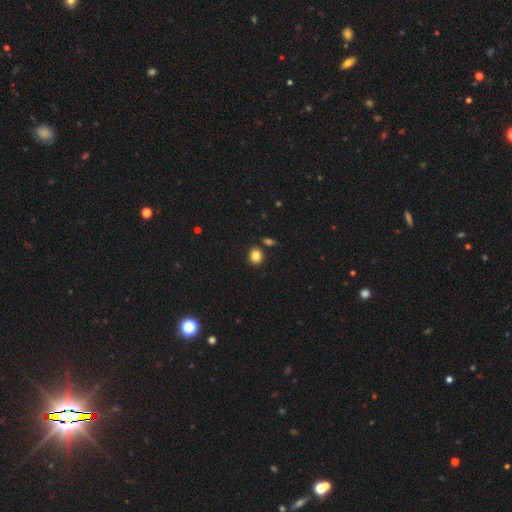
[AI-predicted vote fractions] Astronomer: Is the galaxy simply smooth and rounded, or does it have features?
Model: smooth — 84%.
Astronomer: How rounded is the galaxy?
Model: round — 69%.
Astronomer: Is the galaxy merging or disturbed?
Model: none — 83%.